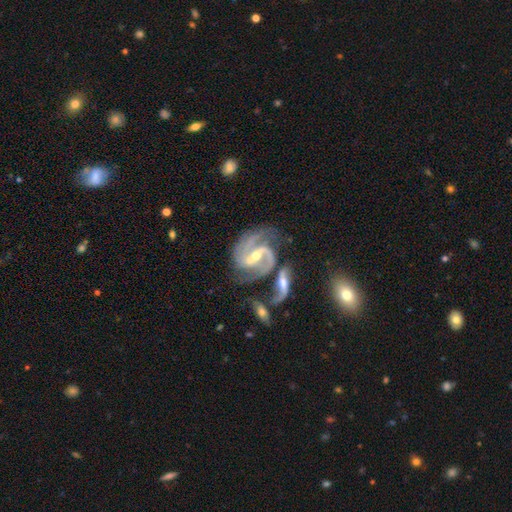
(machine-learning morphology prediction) Smooth or featured? featured or disk (92%)
Edge-on disk? no (97%)
Bar? strong (59%)
Spiral arms? yes (98%)
Spiral winding? medium (59%)
Spiral arm count? 2 (86%)
Bulge size? small (50%)
Merging? none (56%)